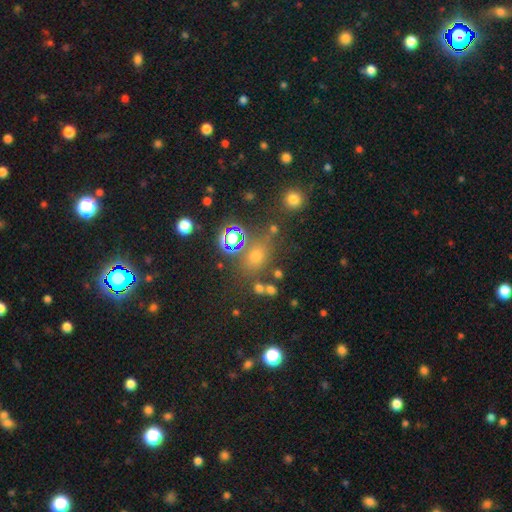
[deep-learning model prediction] The model was most divided on "smooth or featured": smooth: 53%, star or artifact: 37%, featured or disk: 10%. More confident: merging — none (71%); how rounded — round (60%).